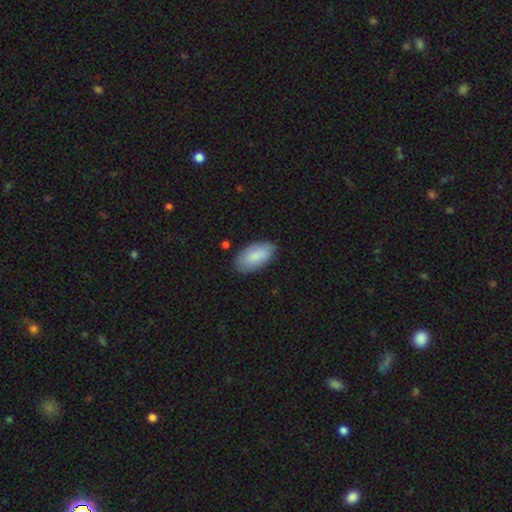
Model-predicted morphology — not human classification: A smooth galaxy with no disk features (85%) that is in between round and cigar-shaped (95%).

Vote fractions:
- Smooth or featured? smooth: 85% / featured or disk: 9% / star or artifact: 5%
- How rounded? in between: 95% / cigar-shaped: 3% / round: 2%
- Merging? none: 83% / minor disturbance: 13% / major disturbance: 3% / merger: 1%